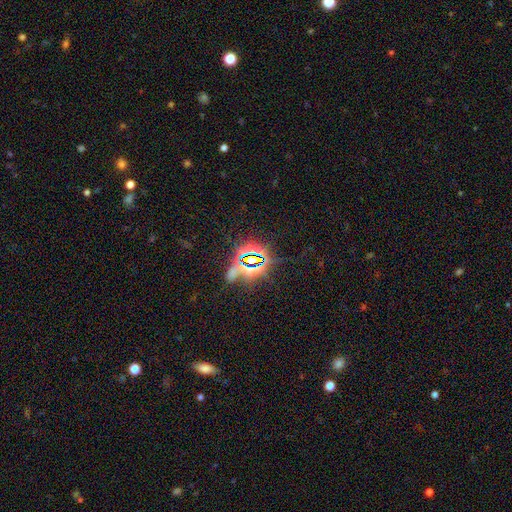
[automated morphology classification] Q: Smooth or featured?
A: star or artifact (80%); runner-up: smooth (10%)